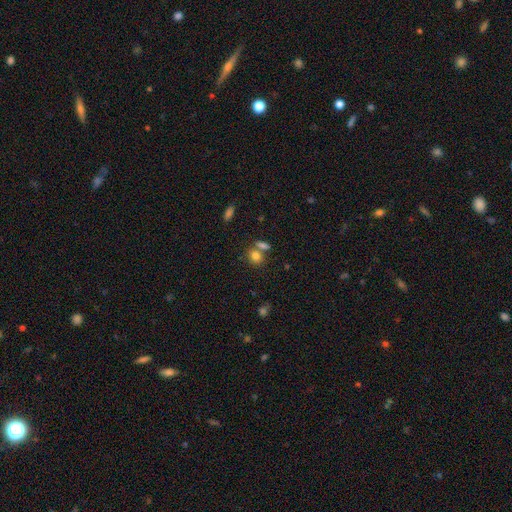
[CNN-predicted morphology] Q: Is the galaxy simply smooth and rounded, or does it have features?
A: smooth — 79%.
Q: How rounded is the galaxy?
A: round — 57%.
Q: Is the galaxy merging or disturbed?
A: none — 53%.